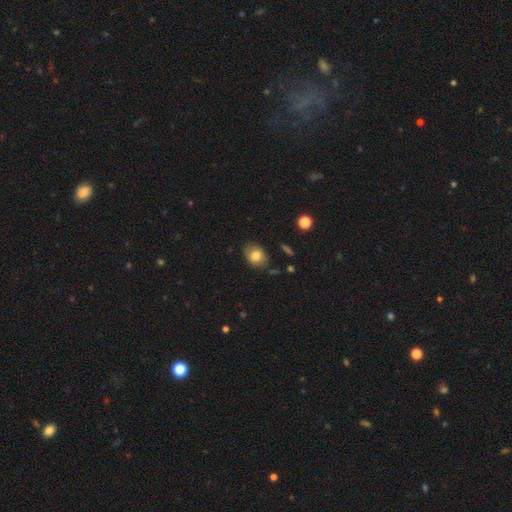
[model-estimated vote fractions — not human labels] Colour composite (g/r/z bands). It shows a smooth galaxy with no disk features (78%) that is in between round and cigar-shaped (65%). Merging: none (78%).